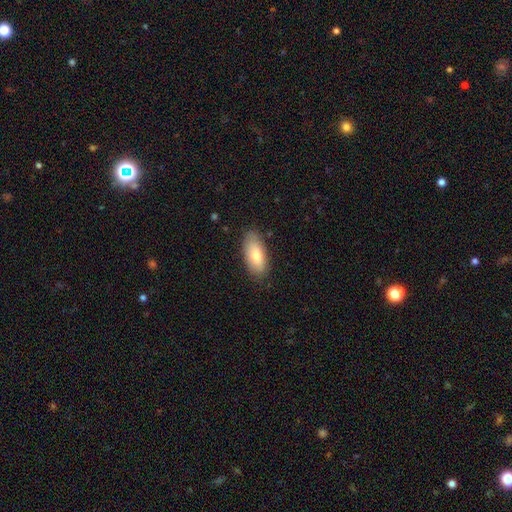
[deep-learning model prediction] This is likely a smooth galaxy (76%). How rounded: clearly in between (87%). Merging: clearly none (83%).